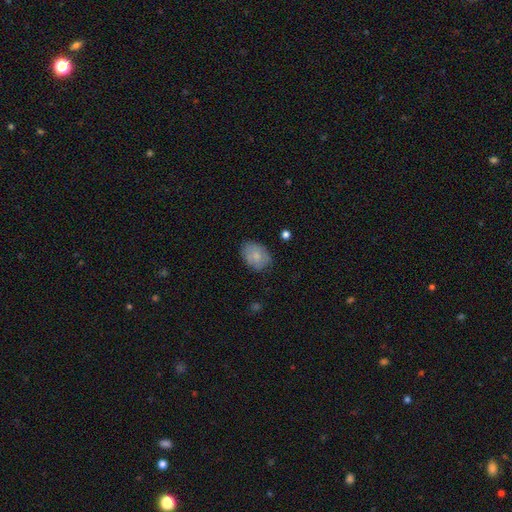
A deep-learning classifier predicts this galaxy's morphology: smooth 78%, featured or disk 16%, star or artifact 7%. Down the decision tree: how rounded — in between (72%); merging — none (77%).